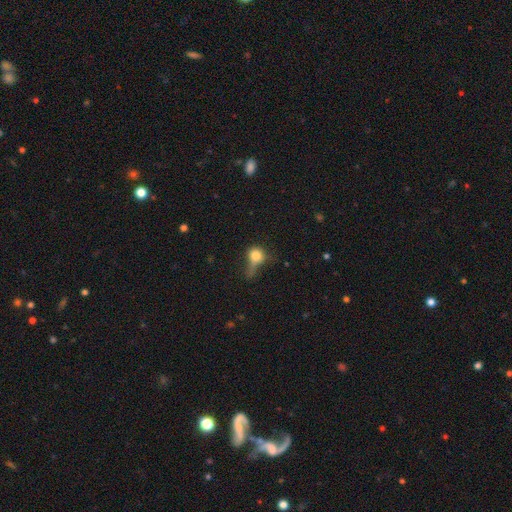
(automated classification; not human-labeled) Smooth or featured? smooth (74%)
How rounded? round (70%)
Merging? major disturbance (38%)